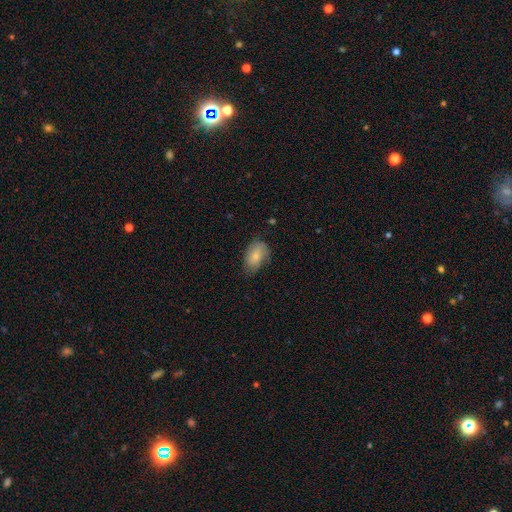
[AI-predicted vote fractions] smooth-or-featured: smooth: 77% | featured or disk: 16% | star or artifact: 7%
  how-rounded: in between: 89% | round: 9% | cigar-shaped: 2%
  merging: none: 61% | minor disturbance: 29% | major disturbance: 8% | merger: 1%